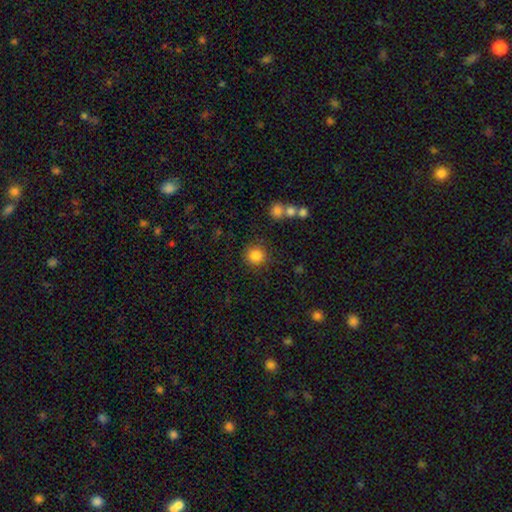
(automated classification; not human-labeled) This is clearly a smooth galaxy (84%). How rounded: clearly round (93%). Merging: clearly none (85%).